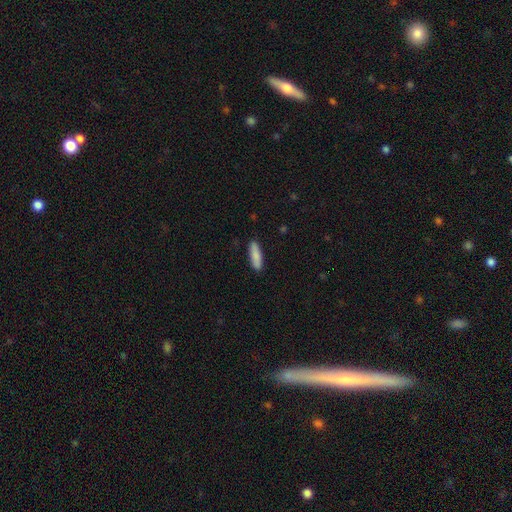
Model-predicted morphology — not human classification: Smooth or featured? smooth (86%)
How rounded? cigar-shaped (60%)
Merging? none (89%)